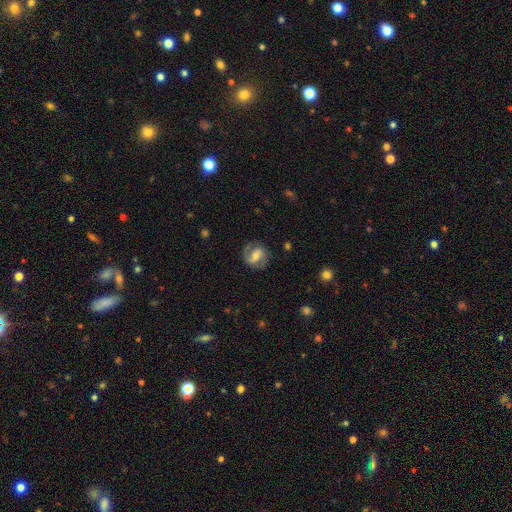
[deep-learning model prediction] A featured or disk galaxy (68%) with a weak bar (43%), 2 (80%) medium (47%) spiral arms (87%) and a moderate central bulge (56%).

Vote fractions:
- Smooth or featured? featured or disk: 68% / smooth: 25% / star or artifact: 7%
- Edge-on disk? no: 97% / yes: 3%
- Bar? weak: 43% / strong: 34% / no: 23%
- Spiral arms? yes: 87% / no: 13%
- Spiral winding? medium: 47% / tight: 30% / loose: 23%
- Spiral arm count? 2: 80% / 1: 9% / can't tell: 8% / 3: 1% / 4: 1% / more than 4: 1%
- Bulge size? moderate: 56% / small: 33% / large: 6% / none: 3% / dominant: 1%
- Merging? none: 75% / minor disturbance: 16% / major disturbance: 8% / merger: 1%